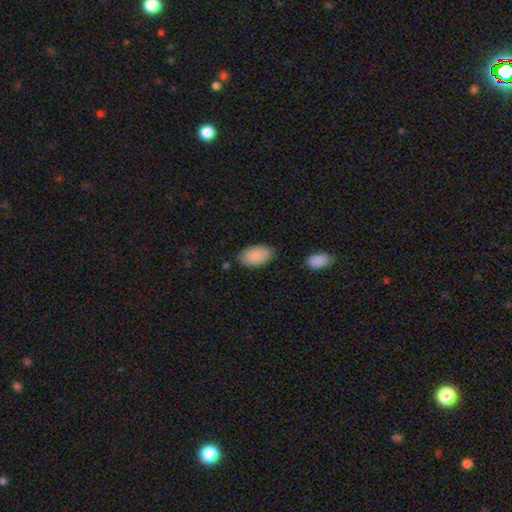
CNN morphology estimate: Smooth or featured?
  - smooth: 88% *
  - featured or disk: 6%
  - star or artifact: 6%
How rounded?
  - in between: 94% *
  - round: 4%
  - cigar-shaped: 2%
Merging?
  - none: 80% *
  - minor disturbance: 14%
  - major disturbance: 3%
  - merger: 3%